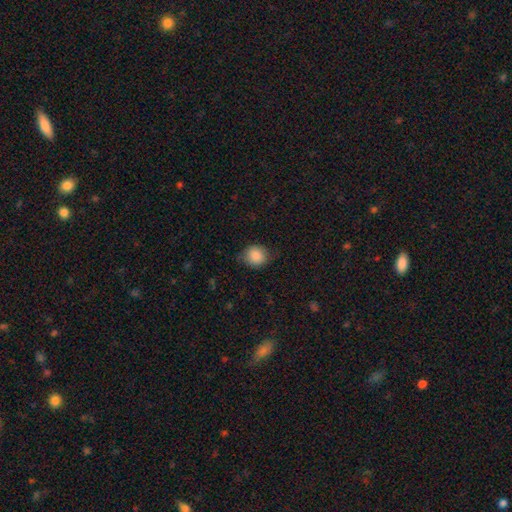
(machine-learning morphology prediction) This appears to be a smooth galaxy with no disk features (85%) that is round (78%). Merging: none (73%).